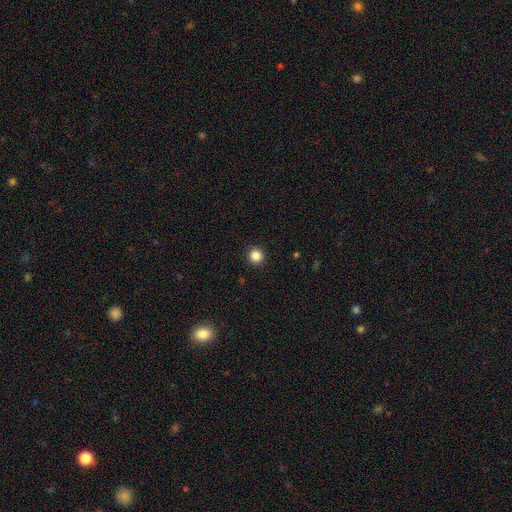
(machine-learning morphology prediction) A smooth galaxy with no disk features (86%) that is round (95%).

Vote fractions:
- Smooth or featured? smooth: 86% / star or artifact: 11% / featured or disk: 3%
- How rounded? round: 95% / in between: 4% / cigar-shaped: 1%
- Merging? none: 93% / minor disturbance: 4% / major disturbance: 2% / merger: 1%